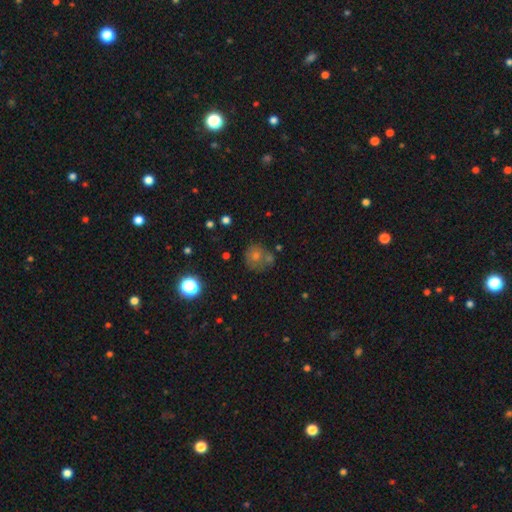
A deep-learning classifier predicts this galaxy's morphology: This appears to be a smooth galaxy with no disk features (58%) that is round (88%). Merging: none (65%).